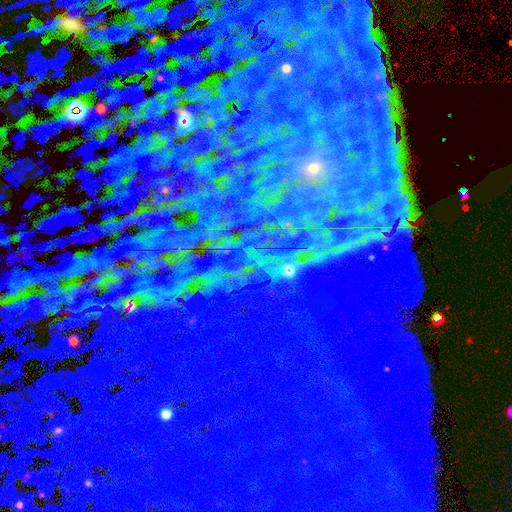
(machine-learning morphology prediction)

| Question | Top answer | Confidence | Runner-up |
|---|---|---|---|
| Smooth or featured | star or artifact | 80% | featured or disk (10%) |